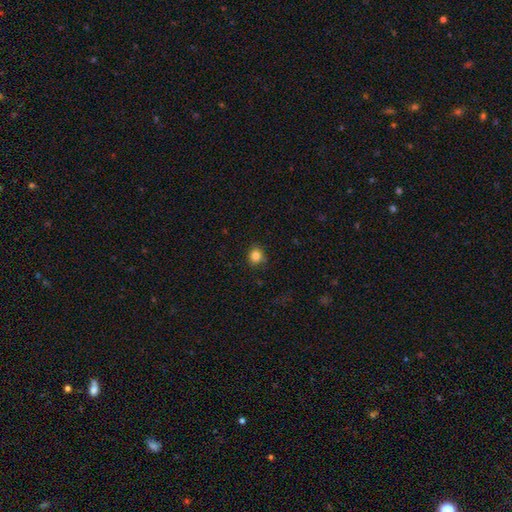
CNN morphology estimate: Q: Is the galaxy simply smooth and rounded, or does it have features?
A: smooth — 83%.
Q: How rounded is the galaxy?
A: round — 81%.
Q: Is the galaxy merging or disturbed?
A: none — 84%.